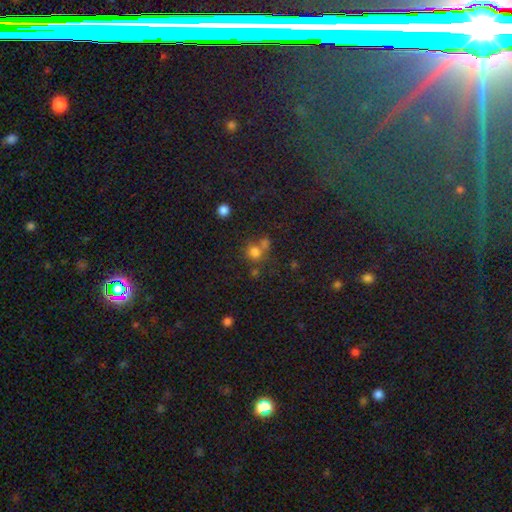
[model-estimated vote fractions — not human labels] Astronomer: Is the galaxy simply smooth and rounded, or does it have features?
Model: smooth — 60%.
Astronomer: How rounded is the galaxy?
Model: round — 89%.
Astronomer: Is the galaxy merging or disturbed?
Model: none — 59%.